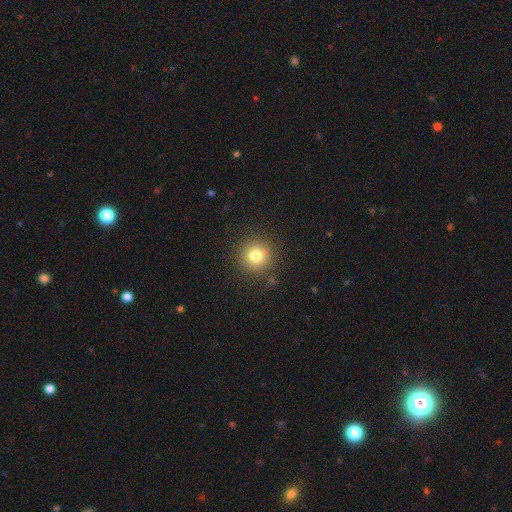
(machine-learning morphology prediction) smooth-or-featured: smooth: 79% | star or artifact: 13% | featured or disk: 8%
  how-rounded: round: 94% | in between: 5% | cigar-shaped: 1%
  merging: none: 88% | minor disturbance: 8% | major disturbance: 3% | merger: 2%